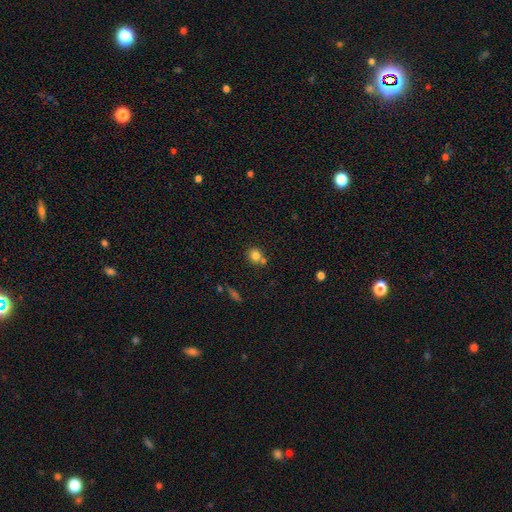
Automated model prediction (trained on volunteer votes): The model was most divided on "merging": none: 62%, merger: 25%, minor disturbance: 10%, major disturbance: 3%. More confident: how rounded — round (85%); smooth or featured — smooth (79%).